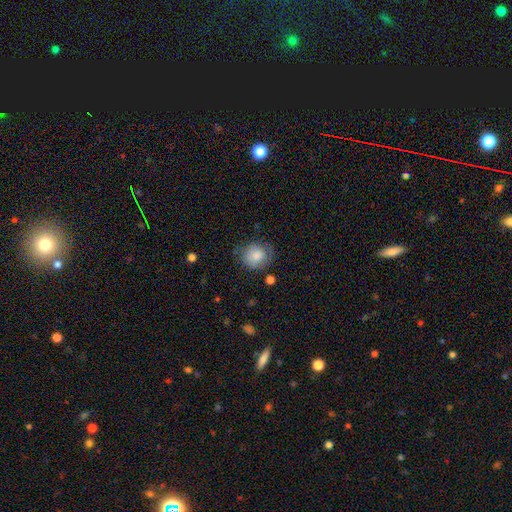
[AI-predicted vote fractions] This appears to be a smooth galaxy with no disk features (80%) that is round (73%). Merging: none (65%).